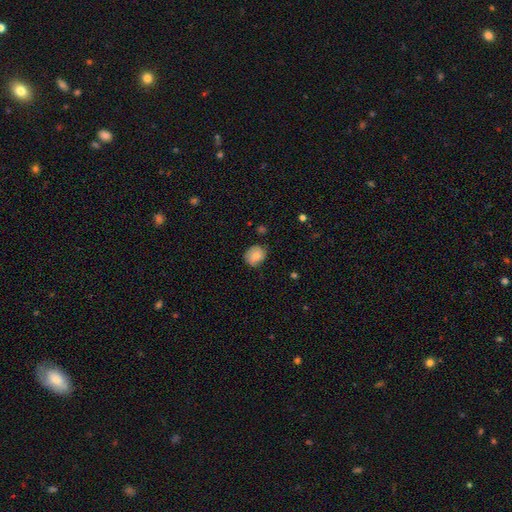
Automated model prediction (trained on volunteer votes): Morphology: type=smooth (76%); roundness=round (56%); merging=none (69%).